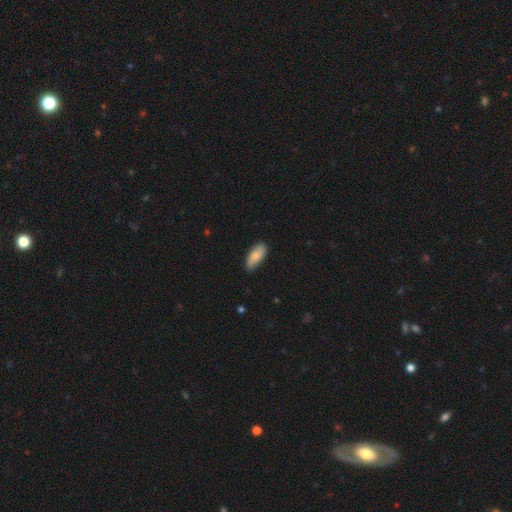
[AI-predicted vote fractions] Q: Smooth or featured?
A: smooth (81%); runner-up: featured or disk (13%)
Q: How rounded?
A: in between (84%); runner-up: cigar-shaped (14%)
Q: Merging?
A: none (81%); runner-up: minor disturbance (15%)